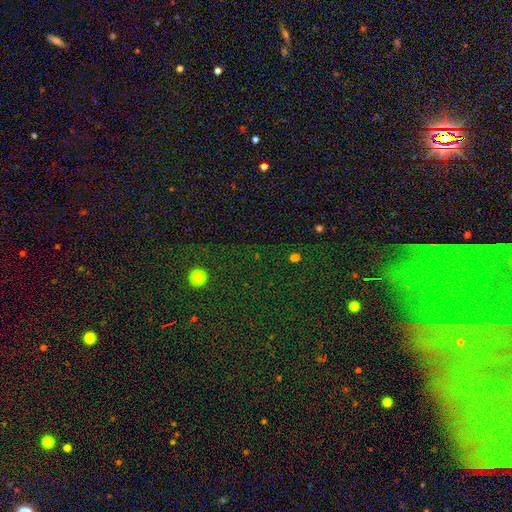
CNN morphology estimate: A star or artifact, not a galaxy (64%).